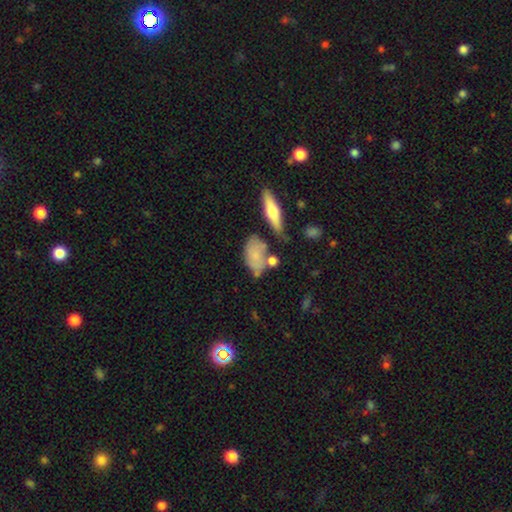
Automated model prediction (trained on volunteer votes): Smooth or featured?
  - smooth: 69% *
  - featured or disk: 22%
  - star or artifact: 9%
How rounded?
  - in between: 85% *
  - round: 10%
  - cigar-shaped: 5%
Merging?
  - none: 52% *
  - minor disturbance: 25%
  - merger: 15%
  - major disturbance: 9%